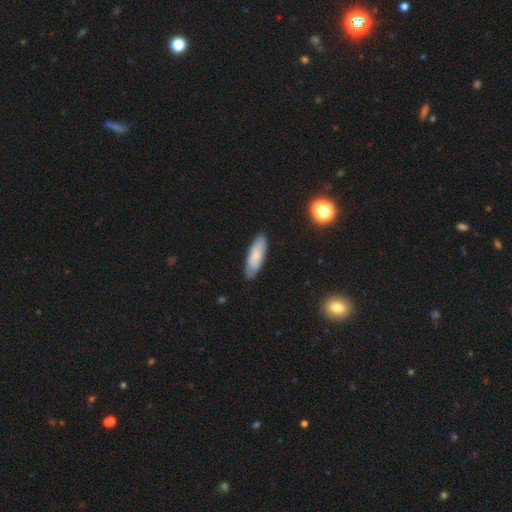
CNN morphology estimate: The model was most divided on "how rounded": in between: 55%, cigar-shaped: 44%, round: 2%. More confident: merging — none (84%); smooth or featured — smooth (77%).